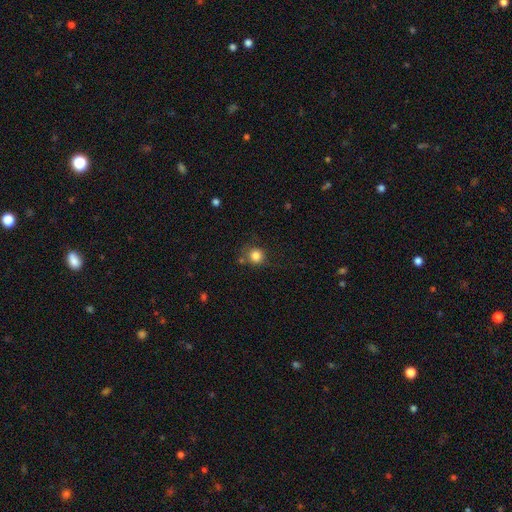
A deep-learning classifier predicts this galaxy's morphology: smooth_or_featured: smooth (p=0.83) [alt: star or artifact p=0.11]
how_rounded: round (p=0.89) [alt: in between p=0.10]
merging: none (p=0.73) [alt: minor disturbance p=0.16]